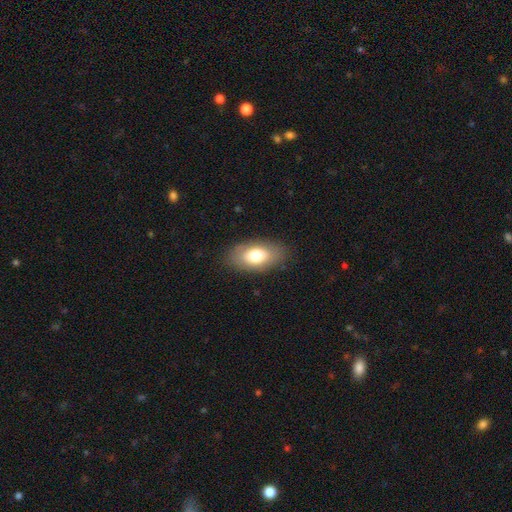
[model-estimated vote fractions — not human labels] smooth_or_featured: smooth (p=0.74) [alt: featured or disk p=0.19]
how_rounded: in between (p=0.92) [alt: round p=0.06]
merging: none (p=0.83) [alt: minor disturbance p=0.12]